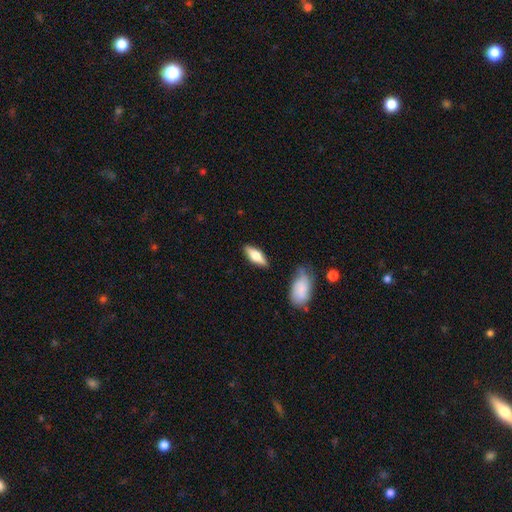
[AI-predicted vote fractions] Smooth or featured? Predicted: smooth (p=0.50). Merging? Predicted: none (p=0.83).